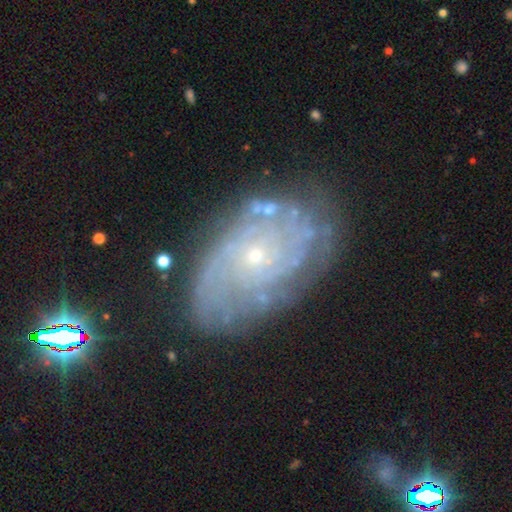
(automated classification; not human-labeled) Smooth or featured? featured or disk (81%)
Edge-on disk? no (96%)
Bar? no (82%)
Spiral arms? yes (91%)
Spiral winding? tight (70%)
Spiral arm count? can't tell (45%)
Bulge size? small (82%)
Merging? none (74%)